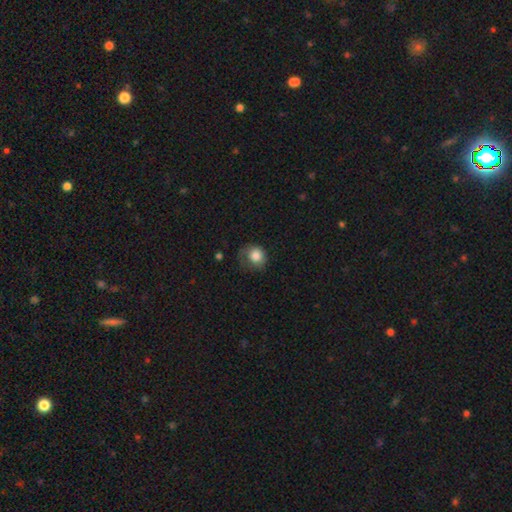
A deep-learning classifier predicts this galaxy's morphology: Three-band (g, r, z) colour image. It shows a smooth galaxy with no disk features (82%) that is round (79%). Merging: none (46%).